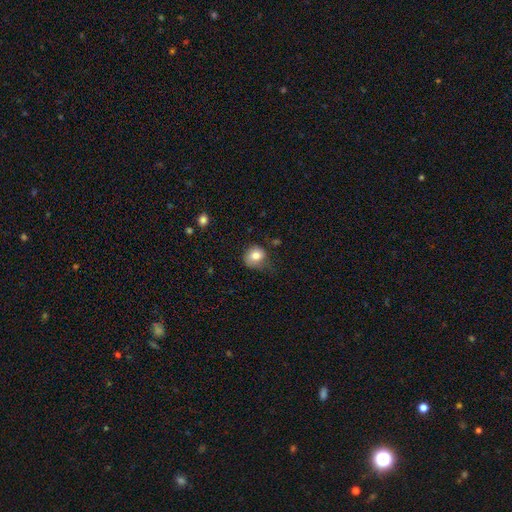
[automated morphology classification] type=smooth (79%); roundness=round (76%); merging=none (50%).